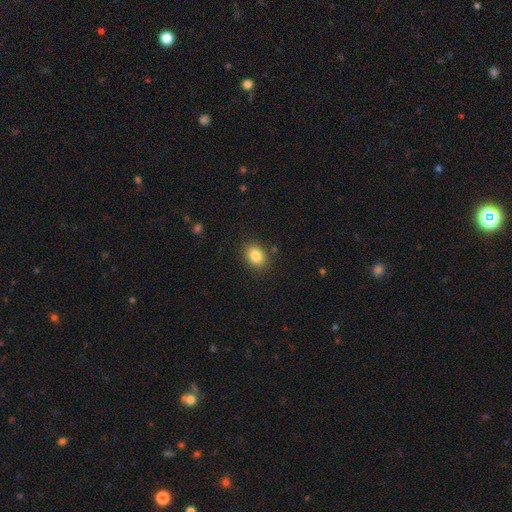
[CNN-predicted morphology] Smooth or featured?
  - smooth: 84% *
  - star or artifact: 9%
  - featured or disk: 6%
How rounded?
  - in between: 67% *
  - round: 32%
  - cigar-shaped: 1%
Merging?
  - none: 86% *
  - minor disturbance: 10%
  - major disturbance: 3%
  - merger: 2%